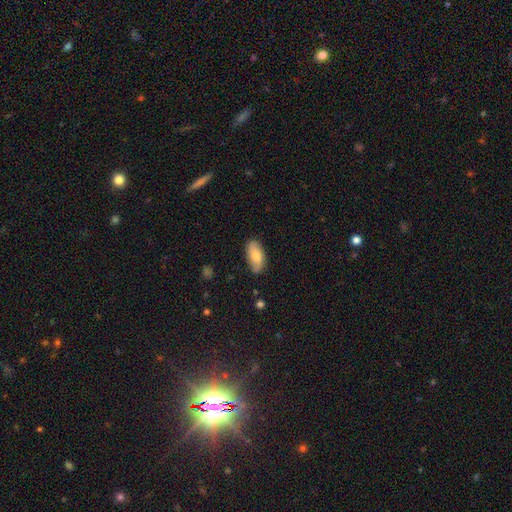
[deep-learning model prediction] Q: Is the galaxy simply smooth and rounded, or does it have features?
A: smooth — 75%.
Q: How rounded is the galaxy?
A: in between — 90%.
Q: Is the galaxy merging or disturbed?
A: none — 77%.